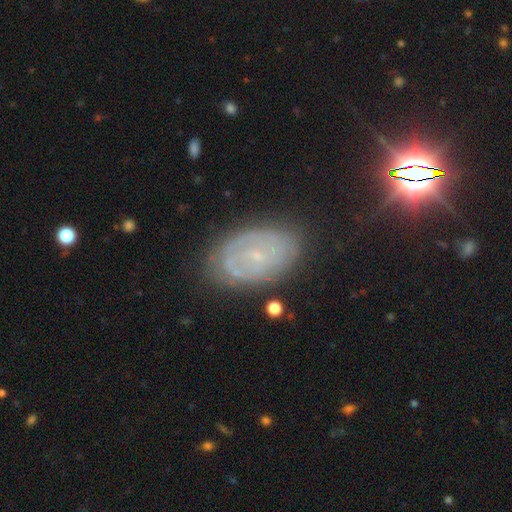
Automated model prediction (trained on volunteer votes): smooth_or_featured: featured or disk (p=0.71) [alt: smooth p=0.19]
disk_edge_on: no (p=0.95) [alt: yes p=0.05]
bar: no (p=0.67) [alt: weak p=0.27]
has_spiral_arms: yes (p=0.77) [alt: no p=0.23]
spiral_winding: tight (p=0.67) [alt: medium p=0.24]
spiral_arm_count: can't tell (p=0.47) [alt: 2 p=0.33]
bulge_size: small (p=0.83) [alt: moderate p=0.11]
merging: none (p=0.78) [alt: minor disturbance p=0.16]